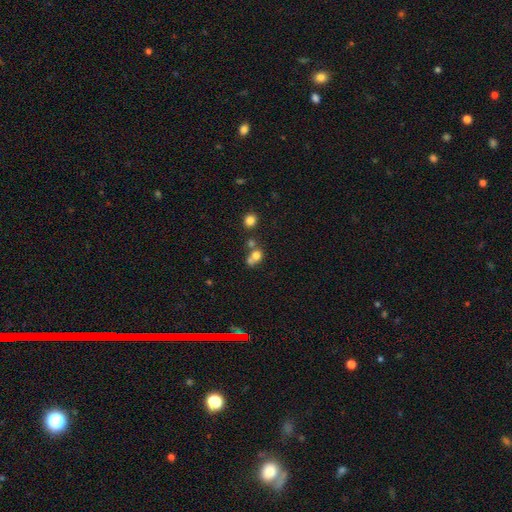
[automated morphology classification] A smooth galaxy with no disk features (71%) that is round (70%).

Vote fractions:
- Smooth or featured? smooth: 71% / star or artifact: 15% / featured or disk: 15%
- How rounded? round: 70% / in between: 29% / cigar-shaped: 1%
- Merging? merger: 49% / none: 36% / minor disturbance: 10% / major disturbance: 6%